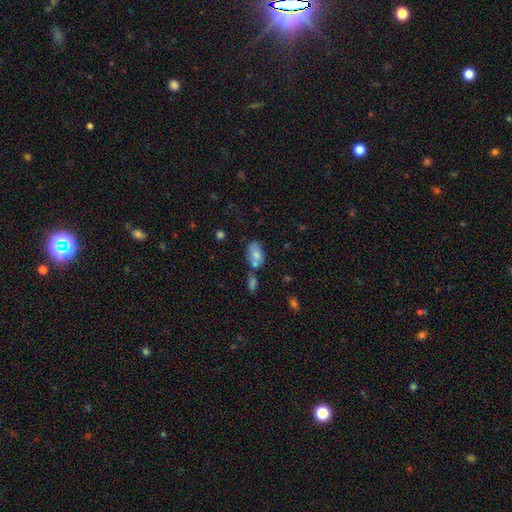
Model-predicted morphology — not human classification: smooth 75%, featured or disk 17%, star or artifact 9%. Down the decision tree: how rounded — in between (89%); merging — none (45%).